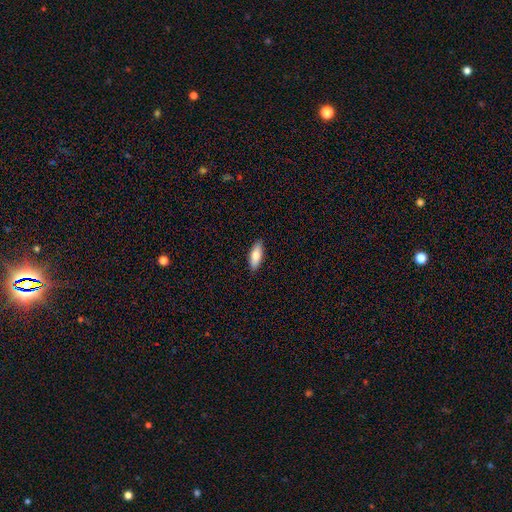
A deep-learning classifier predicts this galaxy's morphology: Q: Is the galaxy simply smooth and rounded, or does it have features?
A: smooth — 79%.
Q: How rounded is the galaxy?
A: in between — 65%.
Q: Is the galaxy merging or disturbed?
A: none — 89%.